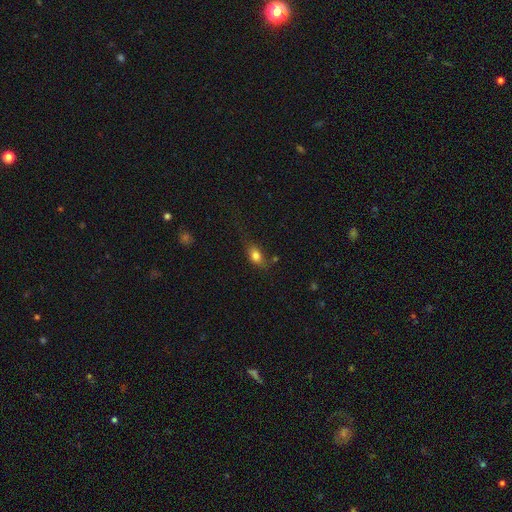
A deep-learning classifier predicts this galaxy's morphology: Smooth or featured: smooth — 80% (featured or disk — 10%)
How rounded: in between — 76% (round — 19%)
Merging: none — 60% (minor disturbance — 26%)